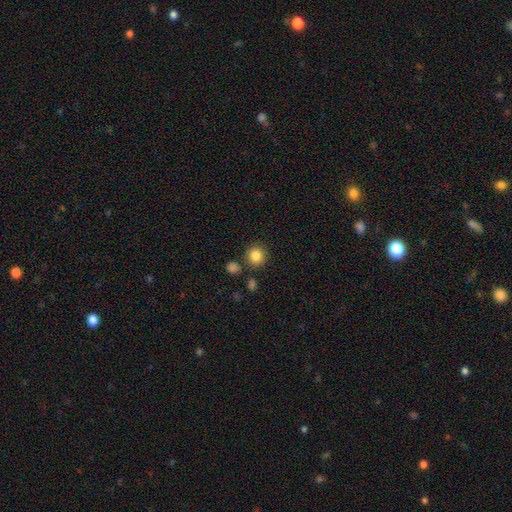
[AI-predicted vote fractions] Smooth or featured? smooth (85%)
How rounded? round (91%)
Merging? none (84%)